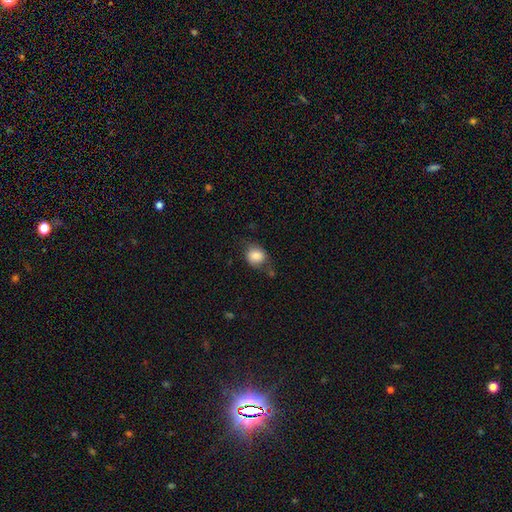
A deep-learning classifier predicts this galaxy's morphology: Smooth or featured?
  - smooth: 82% *
  - featured or disk: 10%
  - star or artifact: 8%
How rounded?
  - round: 69% *
  - in between: 30%
  - cigar-shaped: 1%
Merging?
  - none: 62% *
  - minor disturbance: 24%
  - major disturbance: 8%
  - merger: 5%